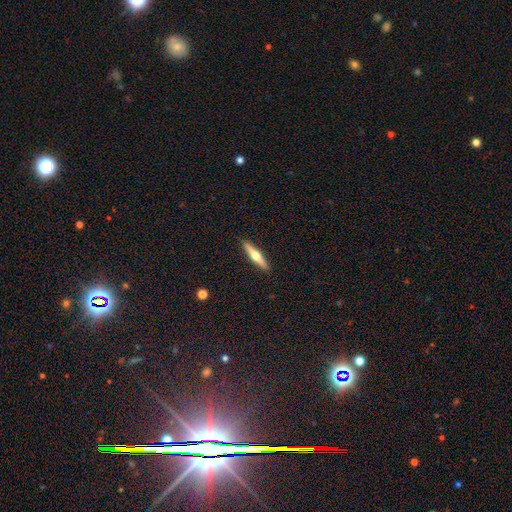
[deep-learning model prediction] smooth_or_featured: featured or disk (p=0.56) [alt: smooth p=0.38]
disk_edge_on: yes (p=0.95) [alt: no p=0.05]
edge_on_bulge: rounded (p=0.94) [alt: none p=0.04]
merging: none (p=0.92) [alt: minor disturbance p=0.06]